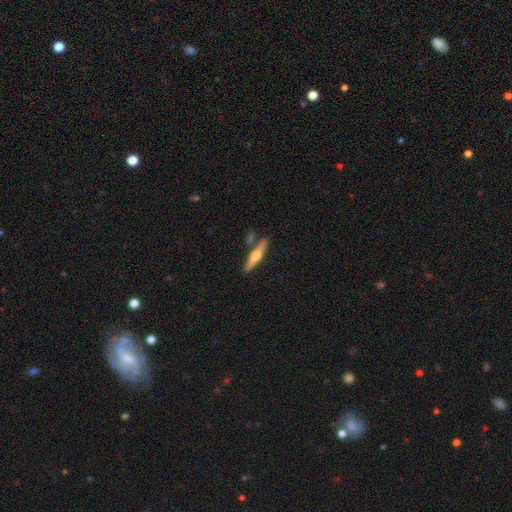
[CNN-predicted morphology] type=featured or disk (66%); edge-on=yes (96%); edge-on bulge=rounded (94%); merging=none (79%).